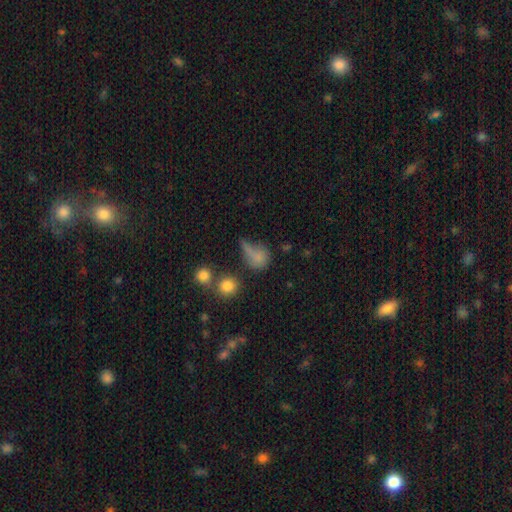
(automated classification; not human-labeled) This appears to be a smooth galaxy with no disk features (69%) that is round (48%). Merging: major disturbance (32%, tied with none).